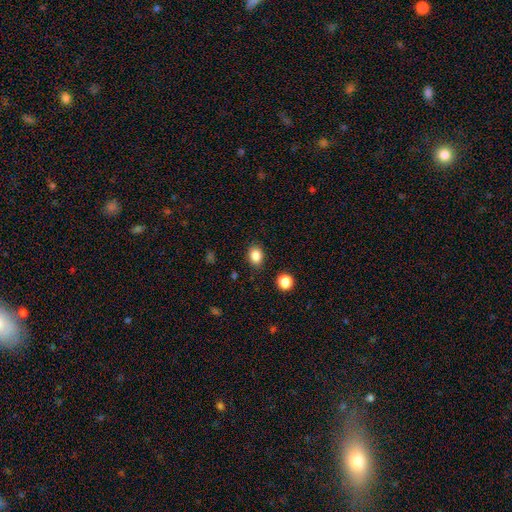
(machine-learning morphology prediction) This appears to be a smooth galaxy with no disk features (85%) that is in between round and cigar-shaped (53%). Merging: none (87%).